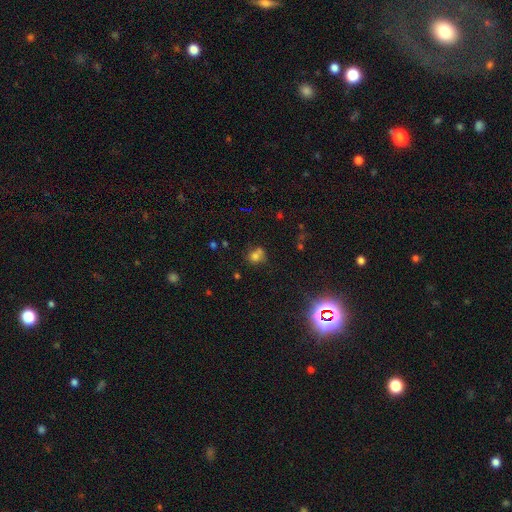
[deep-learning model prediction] Smooth or featured: smooth — 70% (star or artifact — 19%)
How rounded: round — 73% (in between — 26%)
Merging: none — 48% (merger — 30%)